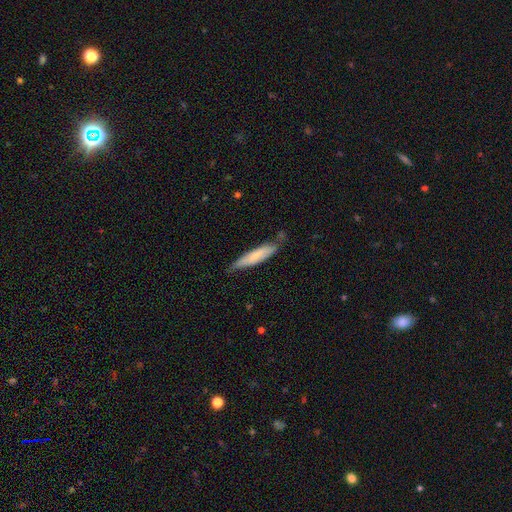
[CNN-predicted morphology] This is likely a smooth galaxy (68%). How rounded: clearly cigar-shaped (82%). Merging: likely none (64%).